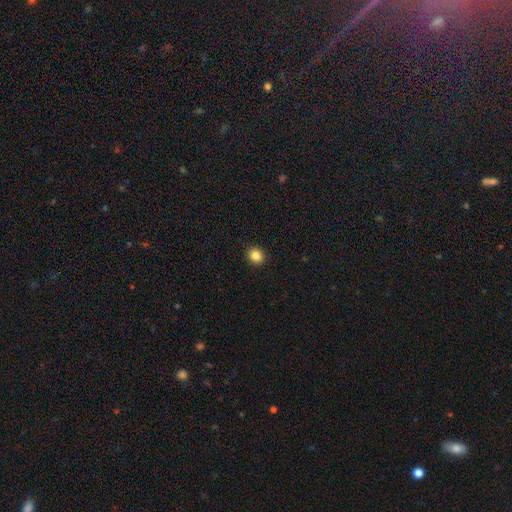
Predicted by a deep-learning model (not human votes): Smooth or featured?
  - smooth: 85% *
  - star or artifact: 11%
  - featured or disk: 4%
How rounded?
  - round: 76% *
  - in between: 23%
  - cigar-shaped: 1%
Merging?
  - none: 92% *
  - minor disturbance: 6%
  - major disturbance: 2%
  - merger: 1%